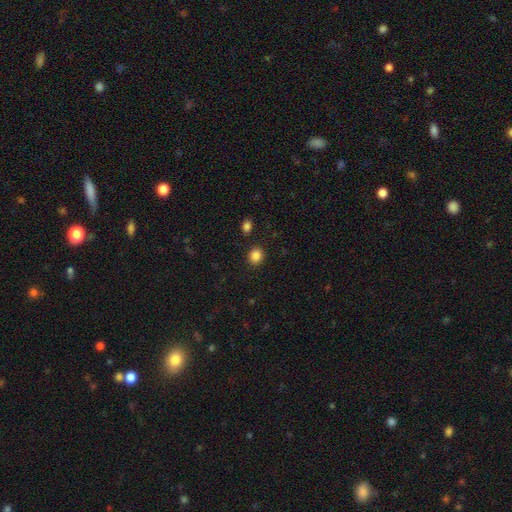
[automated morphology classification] This is clearly a smooth galaxy (86%). How rounded: likely round (73%). Merging: clearly none (88%).